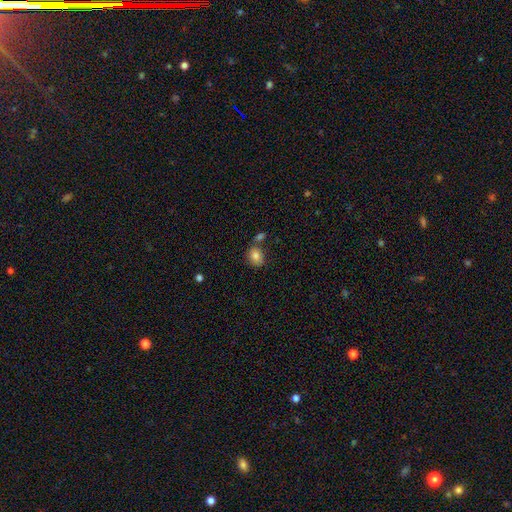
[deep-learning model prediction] Smooth or featured? Predicted: smooth (p=0.80). How rounded? Predicted: round (p=0.52). Merging? Predicted: none (p=0.61).